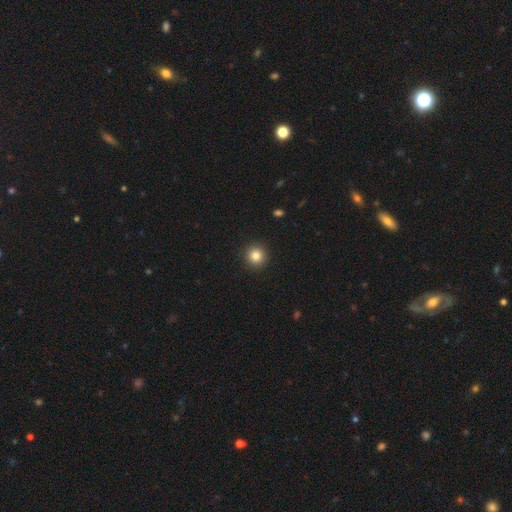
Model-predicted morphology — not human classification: Smooth or featured? smooth (83%)
How rounded? round (95%)
Merging? none (93%)